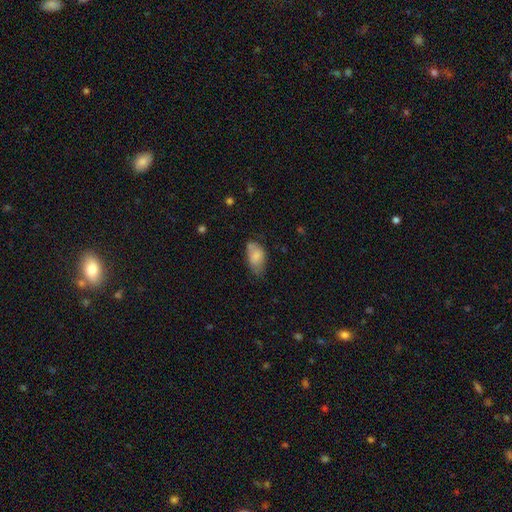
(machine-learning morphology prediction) smooth_or_featured: smooth (p=0.76) [alt: featured or disk p=0.16]
how_rounded: in between (p=0.92) [alt: round p=0.05]
merging: none (p=0.51) [alt: minor disturbance p=0.35]